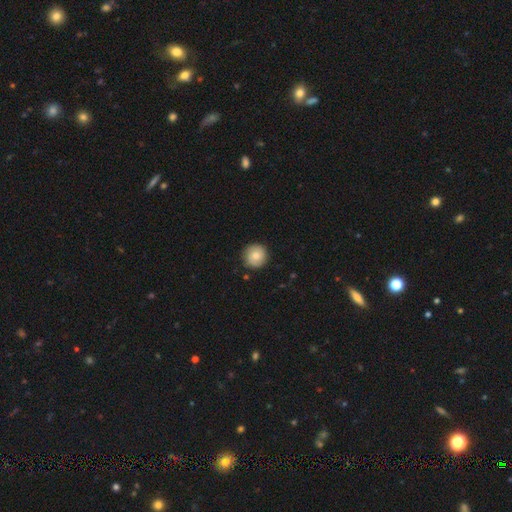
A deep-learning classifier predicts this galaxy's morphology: The model was most divided on "smooth or featured": smooth: 75%, featured or disk: 17%, star or artifact: 7%. More confident: how rounded — round (93%); merging — none (86%).